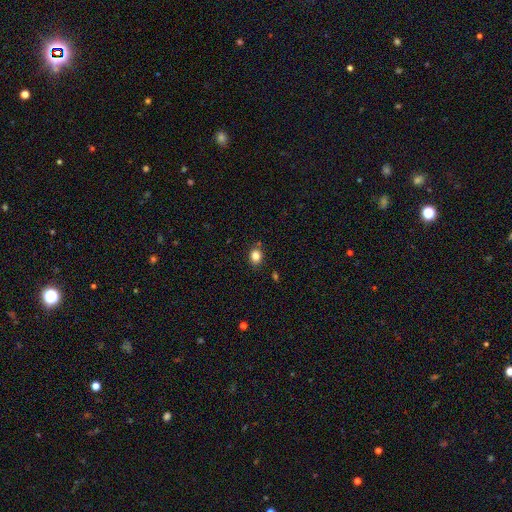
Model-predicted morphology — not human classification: smooth-or-featured: smooth: 84% | star or artifact: 11% | featured or disk: 5%
  how-rounded: round: 54% | in between: 45% | cigar-shaped: 1%
  merging: none: 84% | minor disturbance: 10% | merger: 3% | major disturbance: 2%